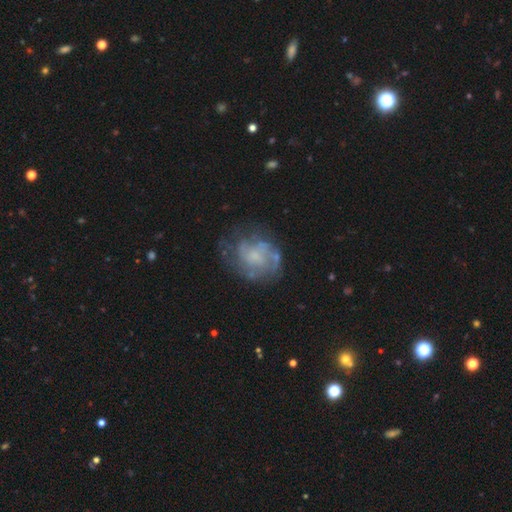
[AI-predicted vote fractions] A featured or disk galaxy (70%) with no bar (72%), spiral arms (73%) and a small central bulge (39%). Merging: none (62%).